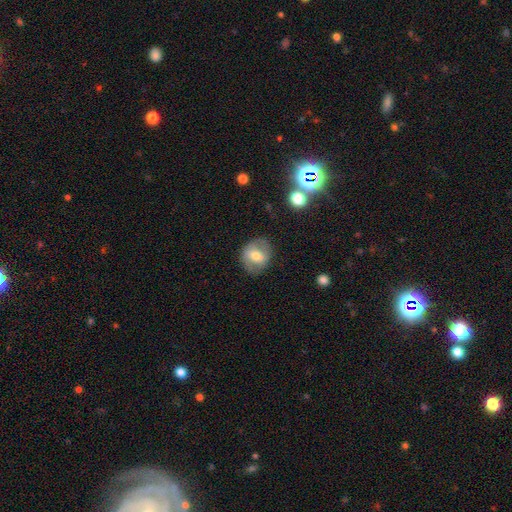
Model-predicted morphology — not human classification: type=smooth (52%); roundness=round (59%); merging=none (76%).